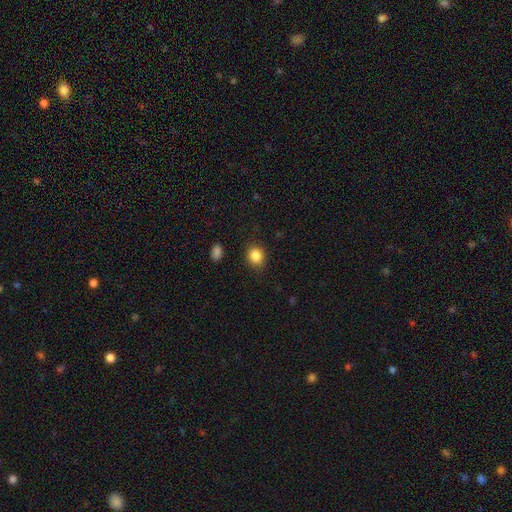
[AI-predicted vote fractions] Q: Smooth or featured?
A: smooth (86%); runner-up: star or artifact (10%)
Q: How rounded?
A: round (70%); runner-up: in between (29%)
Q: Merging?
A: none (84%); runner-up: minor disturbance (11%)